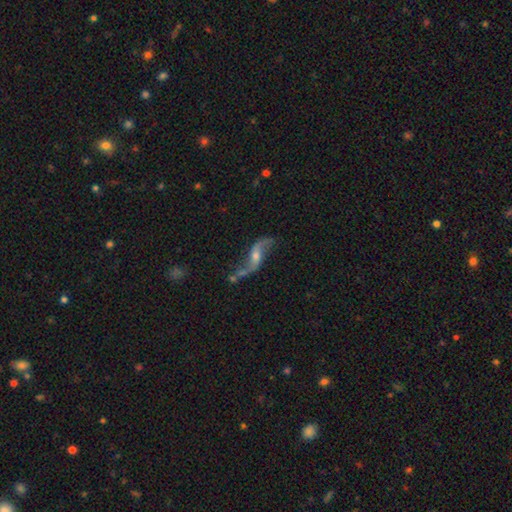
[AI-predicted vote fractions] Smooth or featured: featured or disk — 85% (smooth — 8%)
Edge-on disk: no — 92% (yes — 8%)
Bar: no — 54% (weak — 34%)
Spiral arms: yes — 94% (no — 6%)
Spiral winding: loose — 90% (medium — 7%)
Spiral arm count: 2 — 92% (1 — 3%)
Bulge size: moderate — 49% (small — 41%)
Merging: none — 60% (minor disturbance — 18%)